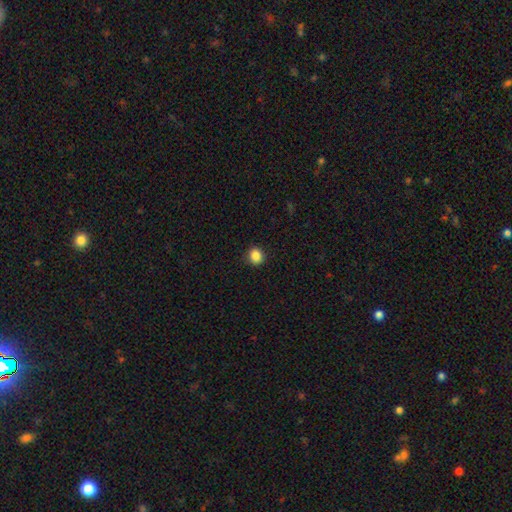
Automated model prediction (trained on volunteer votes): Smooth or featured? Predicted: smooth (p=0.86). How rounded? Predicted: round (p=0.85). Merging? Predicted: none (p=0.90).